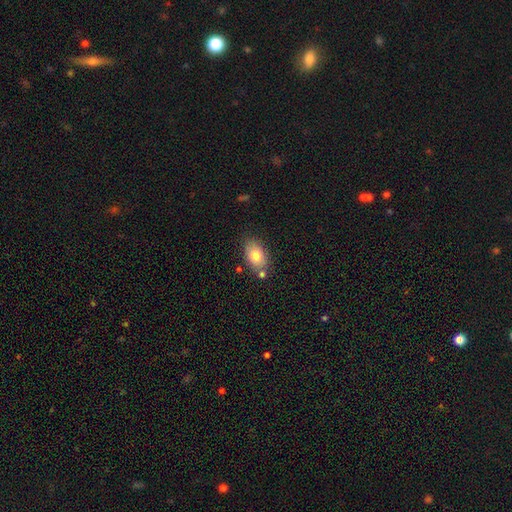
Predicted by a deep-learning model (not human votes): Smooth or featured: smooth — 78% (featured or disk — 14%)
How rounded: in between — 87% (round — 11%)
Merging: none — 72% (minor disturbance — 15%)